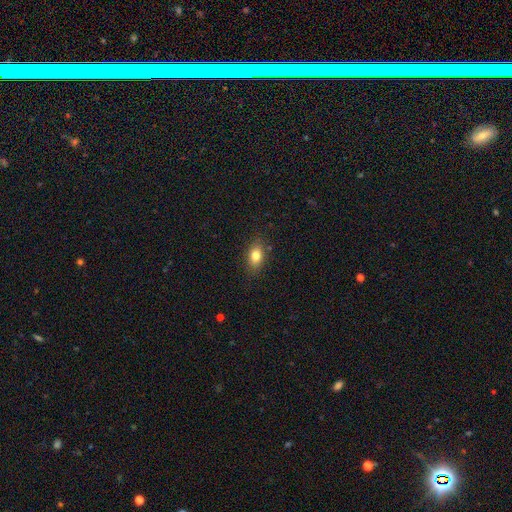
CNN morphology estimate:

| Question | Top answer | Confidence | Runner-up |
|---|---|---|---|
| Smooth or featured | smooth | 79% | featured or disk (11%) |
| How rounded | in between | 82% | round (14%) |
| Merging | none | 85% | minor disturbance (12%) |